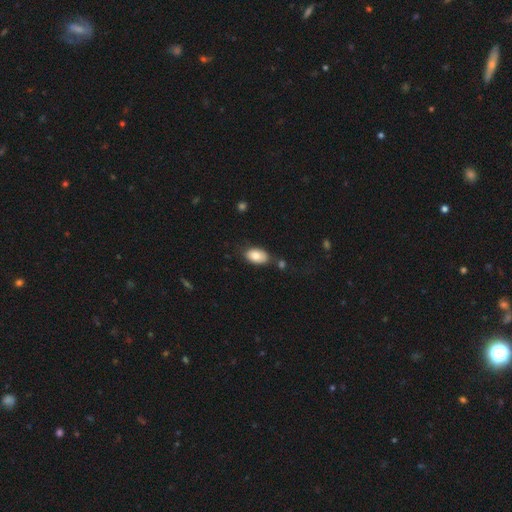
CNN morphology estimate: Smooth or featured? Predicted: smooth (p=0.81). How rounded? Predicted: in between (p=0.92). Merging? Predicted: none (p=0.71).